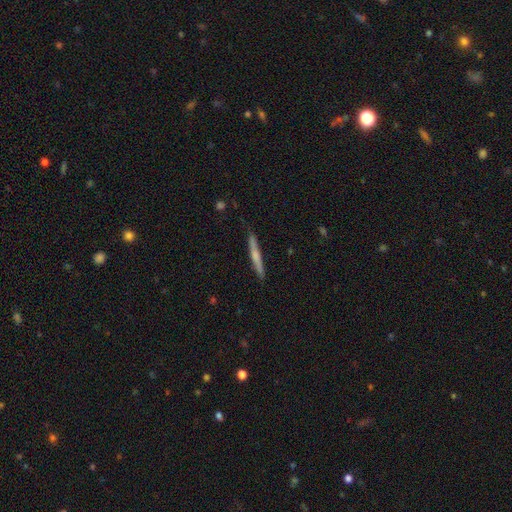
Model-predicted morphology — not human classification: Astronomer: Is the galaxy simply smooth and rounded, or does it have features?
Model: smooth — 48% (runner-up: featured or disk, 46%).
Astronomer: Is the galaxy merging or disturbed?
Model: none — 88%.